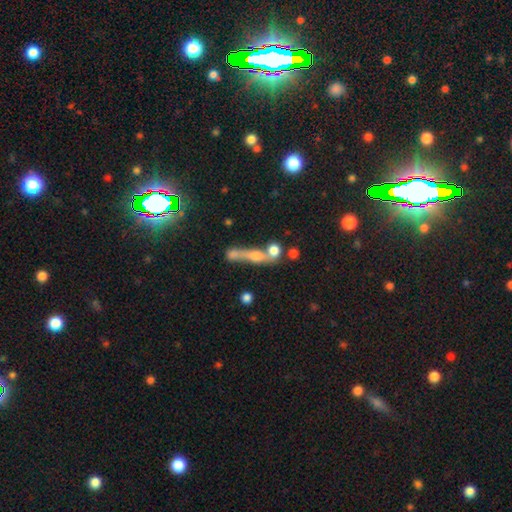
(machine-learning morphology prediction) smooth 48%, featured or disk 35%, star or artifact 17%. Down the decision tree: merging — merger (41%).